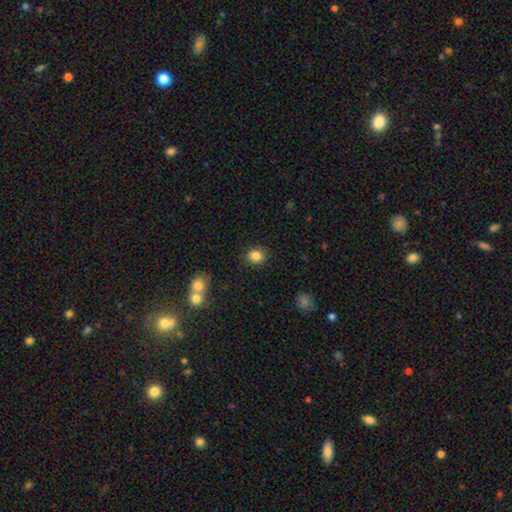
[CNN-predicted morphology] A smooth galaxy with no disk features (84%) that is round (80%).

Vote fractions:
- Smooth or featured? smooth: 84% / star or artifact: 11% / featured or disk: 5%
- How rounded? round: 80% / in between: 19% / cigar-shaped: 1%
- Merging? none: 89% / minor disturbance: 7% / major disturbance: 2% / merger: 2%